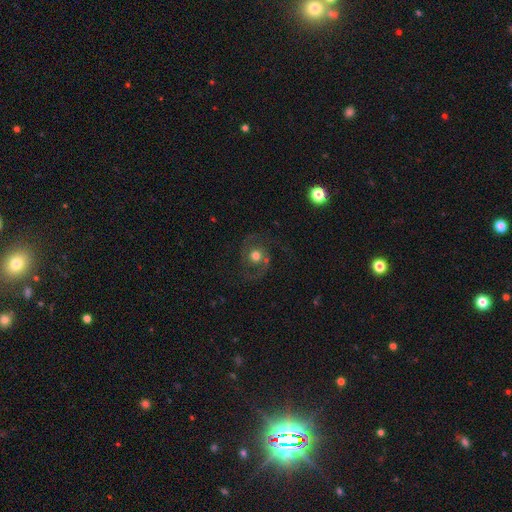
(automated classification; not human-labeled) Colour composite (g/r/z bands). It shows a featured or disk galaxy (72%) with no bar (74%), 2 (89%) medium (53%) spiral arms (88%) and a moderate central bulge (69%). Merging: none (72%).